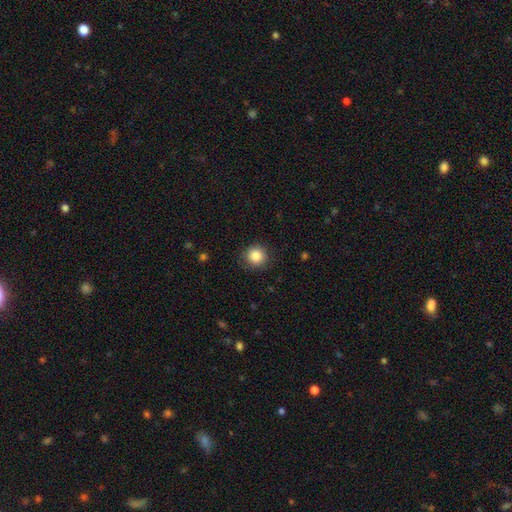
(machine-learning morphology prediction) Smooth or featured? smooth (86%)
How rounded? round (93%)
Merging? none (87%)